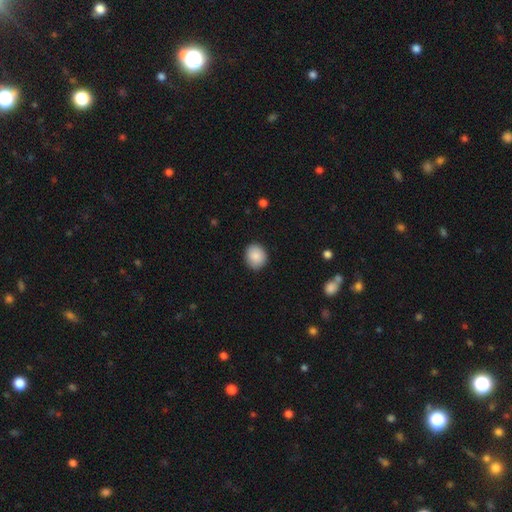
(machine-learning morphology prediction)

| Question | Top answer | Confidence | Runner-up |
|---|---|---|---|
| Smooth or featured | smooth | 88% | star or artifact (7%) |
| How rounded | round | 76% | in between (23%) |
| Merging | none | 89% | minor disturbance (8%) |